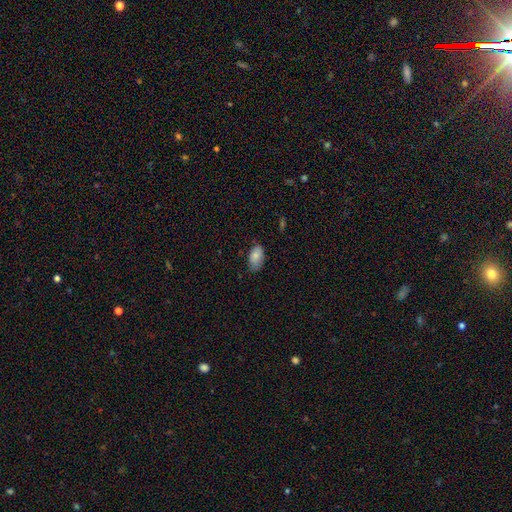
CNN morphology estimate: Q: Smooth or featured?
A: smooth (82%); runner-up: featured or disk (11%)
Q: How rounded?
A: in between (94%); runner-up: round (5%)
Q: Merging?
A: none (64%); runner-up: minor disturbance (29%)